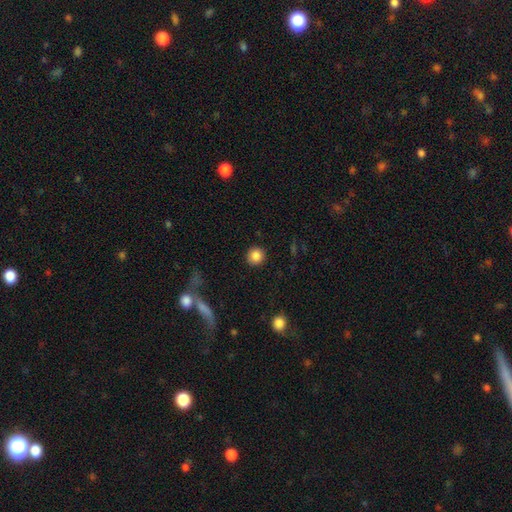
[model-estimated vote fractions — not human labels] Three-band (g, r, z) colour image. It shows a smooth galaxy with no disk features (86%) that is round (92%). Merging: none (91%).